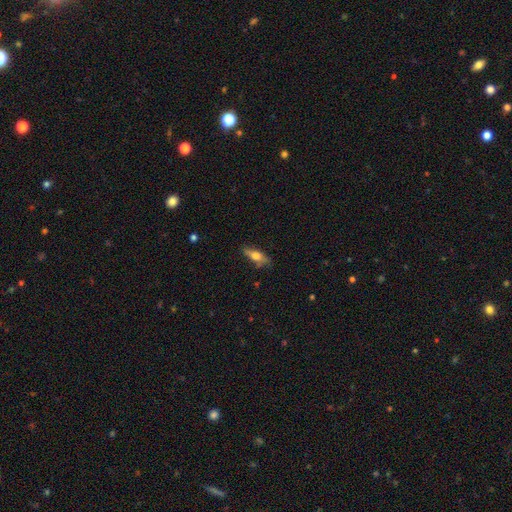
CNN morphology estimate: Smooth or featured? smooth (59%)
How rounded? in between (49%)
Merging? none (73%)